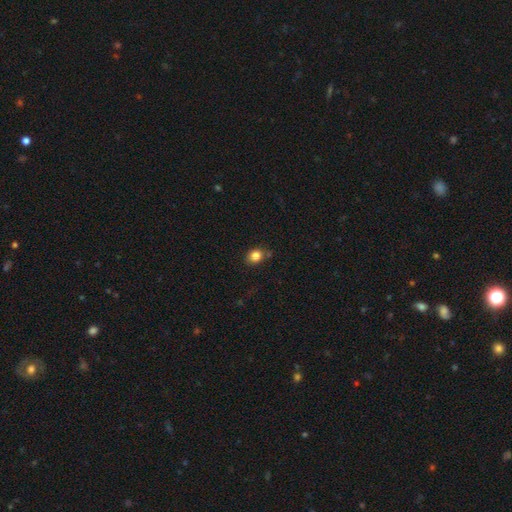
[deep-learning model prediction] A smooth galaxy with no disk features (83%) that is round (58%). Merging: none (76%).